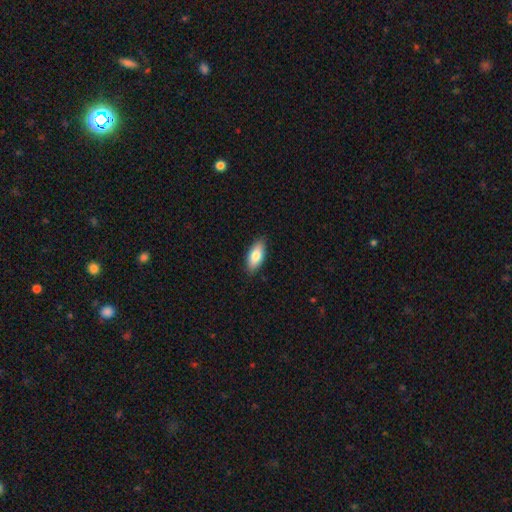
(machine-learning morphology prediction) Smooth or featured?
  - smooth: 80% *
  - featured or disk: 14%
  - star or artifact: 6%
How rounded?
  - in between: 85% *
  - cigar-shaped: 13%
  - round: 2%
Merging?
  - none: 88% *
  - minor disturbance: 10%
  - major disturbance: 2%
  - merger: 1%